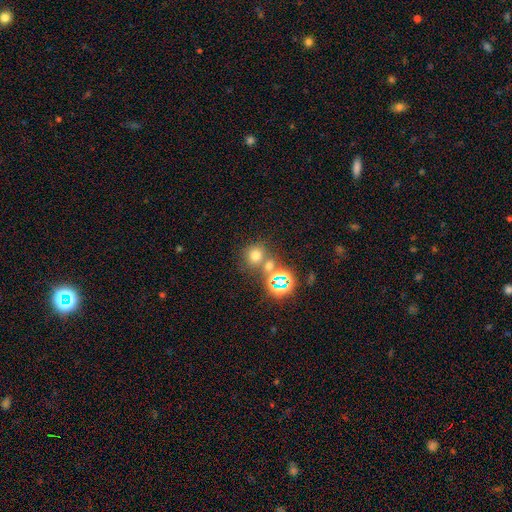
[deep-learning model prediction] smooth 64%, star or artifact 27%, featured or disk 9%. Down the decision tree: how rounded — round (86%); merging — none (62%).